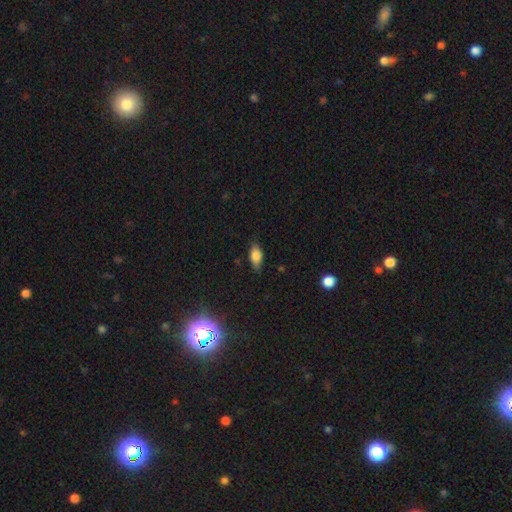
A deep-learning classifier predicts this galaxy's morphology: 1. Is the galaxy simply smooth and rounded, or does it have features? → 81% smooth, 11% featured or disk, 9% star or artifact.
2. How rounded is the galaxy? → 87% in between, 9% cigar-shaped, 4% round.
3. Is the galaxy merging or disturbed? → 80% none, 16% minor disturbance, 3% major disturbance, 1% merger.